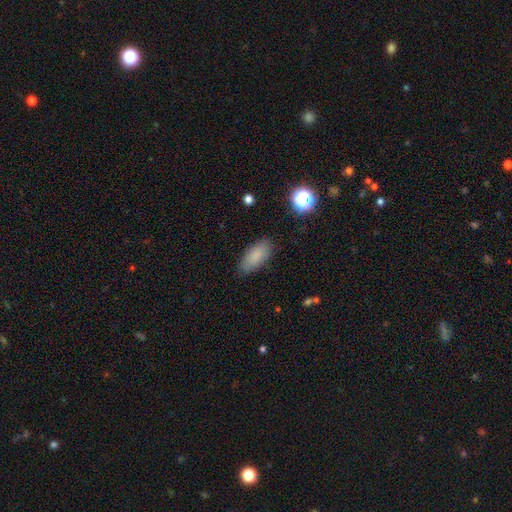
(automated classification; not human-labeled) Q: Smooth or featured?
A: smooth (85%); runner-up: star or artifact (8%)
Q: How rounded?
A: in between (86%); runner-up: cigar-shaped (12%)
Q: Merging?
A: none (84%); runner-up: minor disturbance (12%)